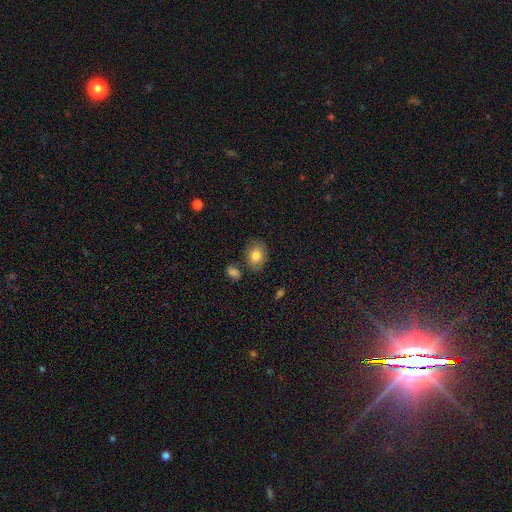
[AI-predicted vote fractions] Q: Smooth or featured?
A: smooth (81%); runner-up: featured or disk (11%)
Q: How rounded?
A: in between (67%); runner-up: round (32%)
Q: Merging?
A: none (76%); runner-up: minor disturbance (14%)